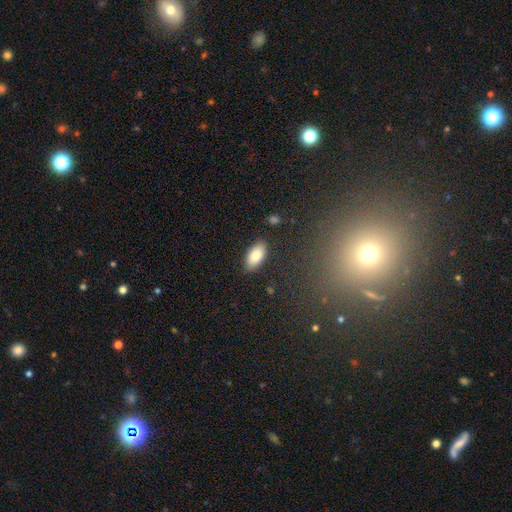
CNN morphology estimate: Smooth or featured? smooth (84%)
How rounded? in between (92%)
Merging? none (85%)